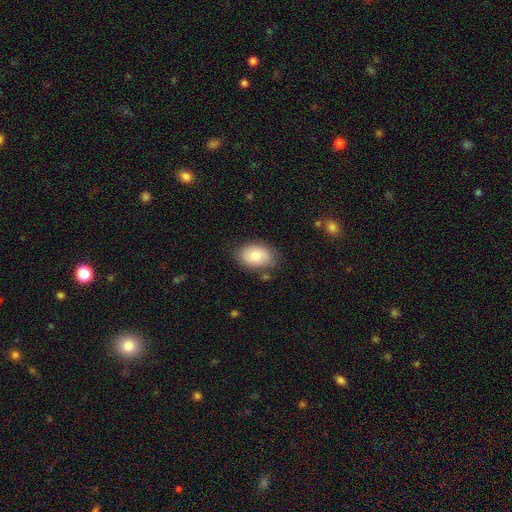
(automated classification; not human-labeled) The model was most divided on "merging": none: 78%, minor disturbance: 16%, major disturbance: 4%, merger: 2%. More confident: how rounded — in between (86%); smooth or featured — smooth (82%).